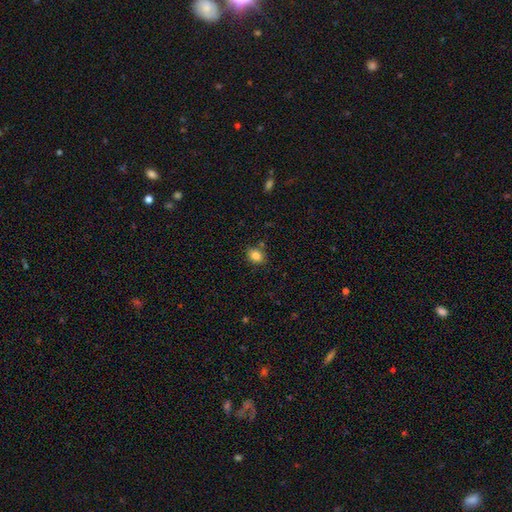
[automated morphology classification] type=smooth (82%); roundness=in between (51%); merging=none (81%).